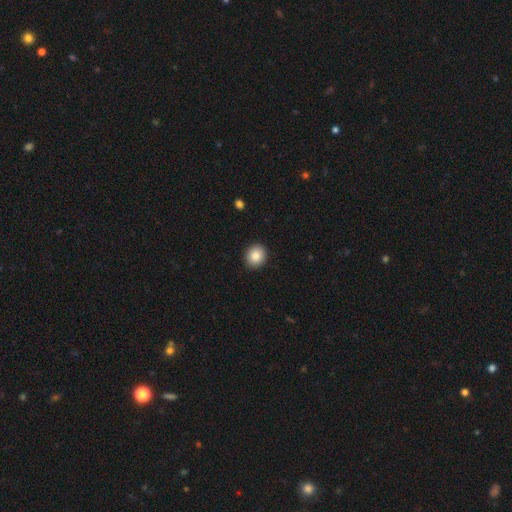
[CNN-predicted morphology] This appears to be a smooth galaxy with no disk features (86%) that is round (72%). Merging: none (91%).